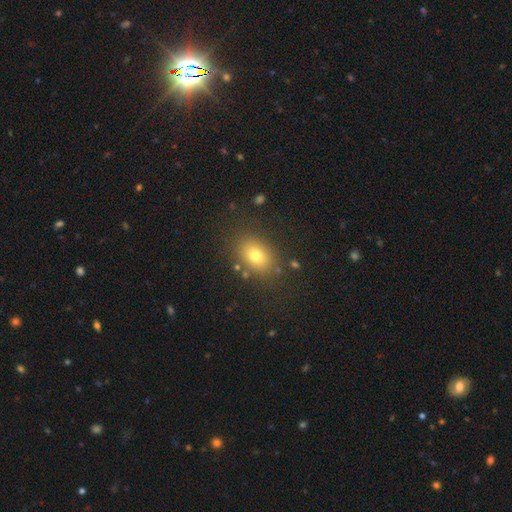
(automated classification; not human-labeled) A smooth galaxy with no disk features (75%) that is in between round and cigar-shaped (71%).

Vote fractions:
- Smooth or featured? smooth: 75% / featured or disk: 13% / star or artifact: 12%
- How rounded? in between: 71% / round: 27% / cigar-shaped: 1%
- Merging? none: 83% / minor disturbance: 11% / major disturbance: 4% / merger: 3%